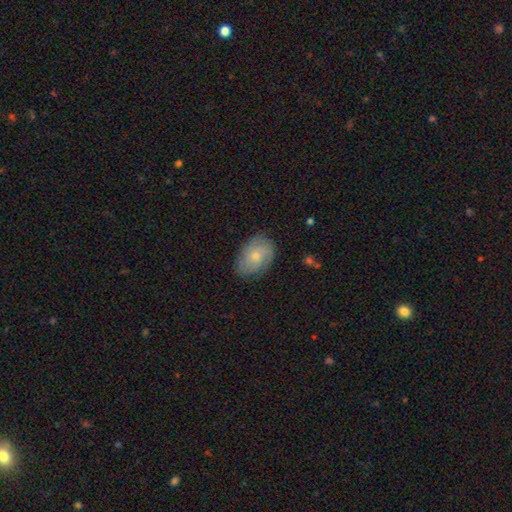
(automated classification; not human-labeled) Smooth or featured: smooth — 54% (featured or disk — 39%)
How rounded: in between — 81% (round — 17%)
Merging: none — 78% (minor disturbance — 17%)